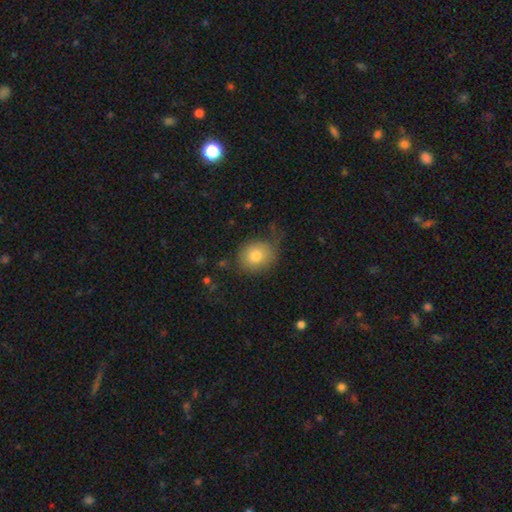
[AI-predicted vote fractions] Smooth or featured? Predicted: smooth (p=0.78). How rounded? Predicted: round (p=0.66). Merging? Predicted: none (p=0.66).